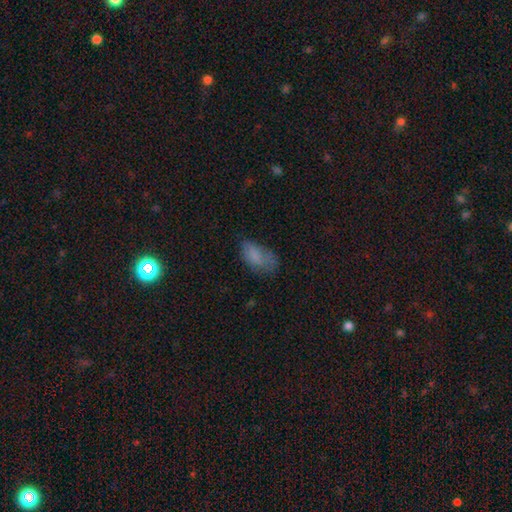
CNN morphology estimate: type=smooth (74%); roundness=in between (92%); merging=none (46%).